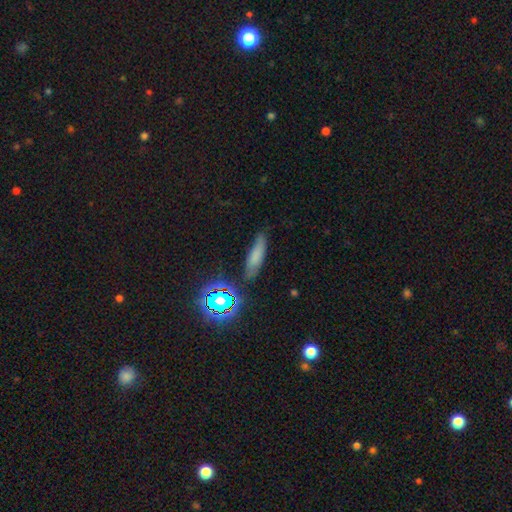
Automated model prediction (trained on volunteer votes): Smooth or featured: smooth — 65% (star or artifact — 18%)
How rounded: cigar-shaped — 60% (in between — 36%)
Merging: none — 73% (minor disturbance — 19%)